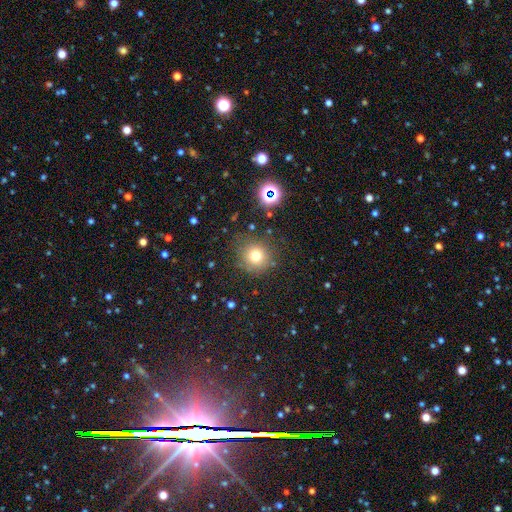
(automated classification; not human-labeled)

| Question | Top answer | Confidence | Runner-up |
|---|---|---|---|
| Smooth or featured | smooth | 73% | star or artifact (18%) |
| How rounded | round | 93% | in between (6%) |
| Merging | none | 82% | minor disturbance (11%) |